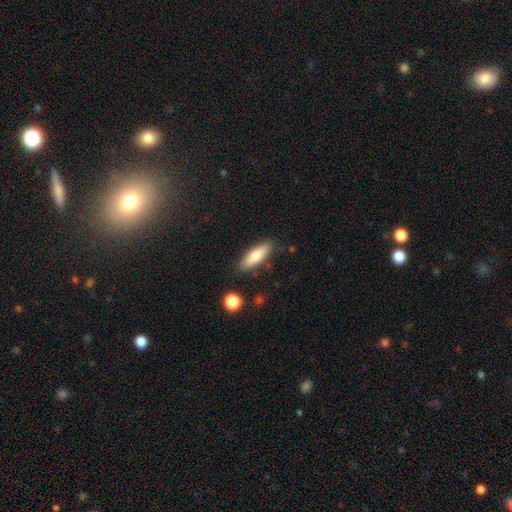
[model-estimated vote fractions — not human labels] This is likely a smooth galaxy (78%). How rounded: possibly in between (55%). Merging: clearly none (83%).